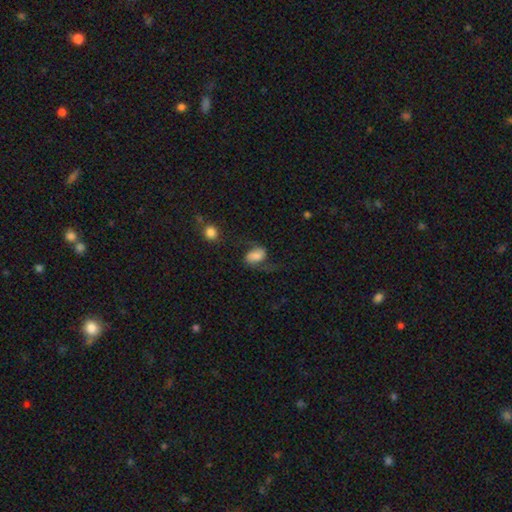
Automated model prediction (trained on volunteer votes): smooth_or_featured: smooth (p=0.51) [alt: featured or disk p=0.39]
how_rounded: in between (p=0.85) [alt: round p=0.13]
merging: none (p=0.48) [alt: major disturbance p=0.27]